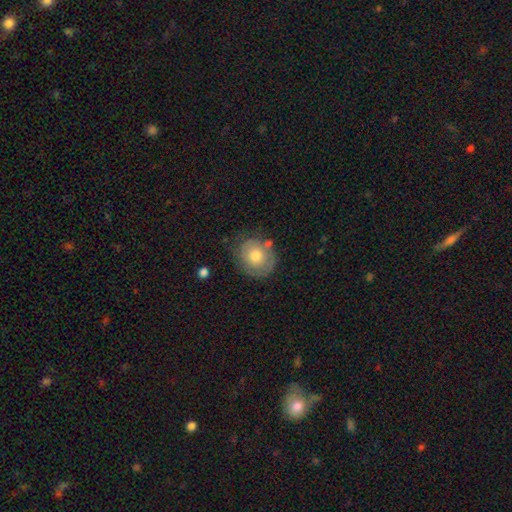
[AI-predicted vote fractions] Overall: smooth (64%; featured or disk 28%). How rounded: round (80%). Merging: none (69%).